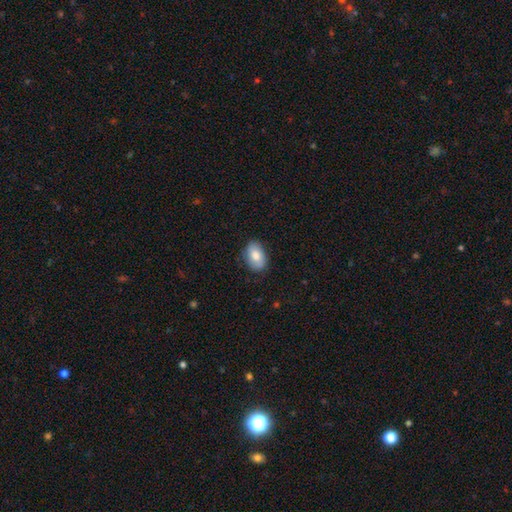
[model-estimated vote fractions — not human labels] This is clearly a smooth galaxy (81%). How rounded: clearly in between (88%). Merging: clearly none (83%).